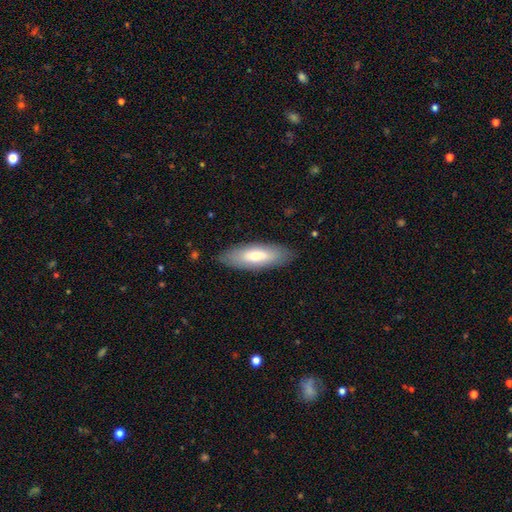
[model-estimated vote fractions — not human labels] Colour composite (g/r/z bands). It shows a smooth galaxy with no disk features (70%) that is in between round and cigar-shaped (66%). Merging: none (85%).